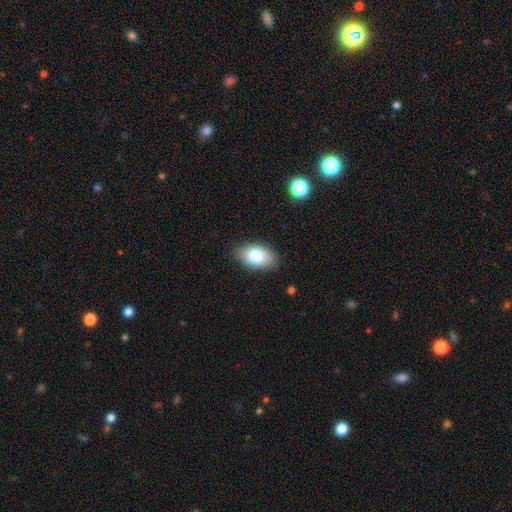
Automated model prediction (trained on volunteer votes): Smooth or featured: smooth — 79% (featured or disk — 14%)
How rounded: in between — 92% (round — 7%)
Merging: none — 86% (minor disturbance — 10%)